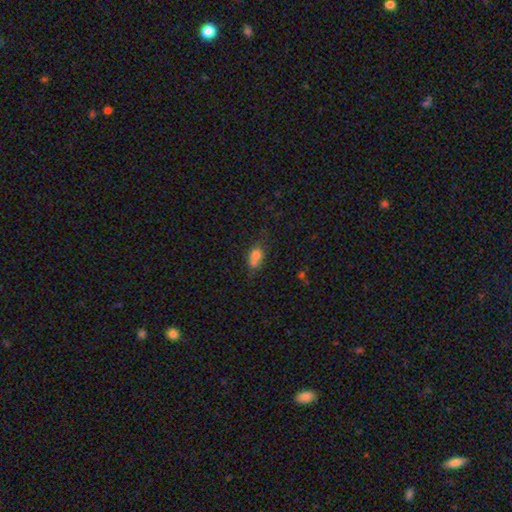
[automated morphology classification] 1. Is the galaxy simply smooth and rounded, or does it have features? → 72% smooth, 15% featured or disk, 13% star or artifact.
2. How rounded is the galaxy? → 58% in between, 39% round, 3% cigar-shaped.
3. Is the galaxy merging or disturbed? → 42% merger, 34% none, 17% minor disturbance, 8% major disturbance.